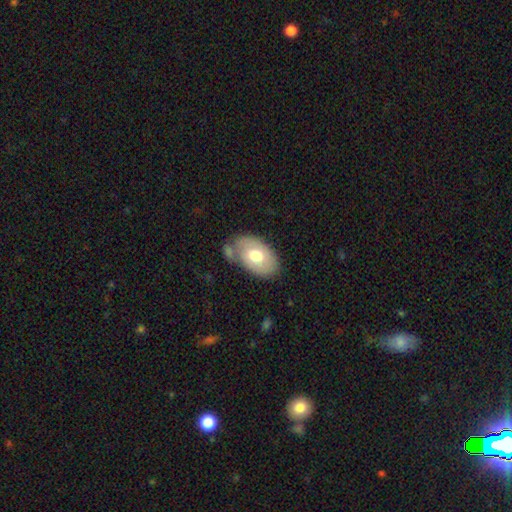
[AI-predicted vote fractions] A smooth galaxy with no disk features (67%) that is in between round and cigar-shaped (91%). Merging: none (59%).